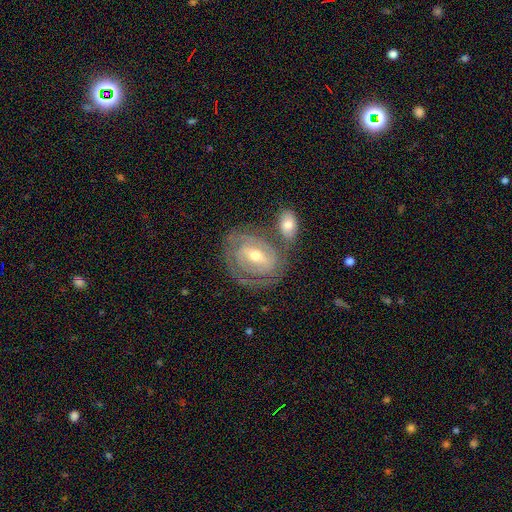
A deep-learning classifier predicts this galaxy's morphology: featured or disk 81%, smooth 13%, star or artifact 6%. Down the decision tree: edge-on disk — no (95%); bar — weak (44%); spiral arms — yes (88%); spiral arm count — 2 (50%); spiral winding — tight (73%); bulge size — moderate (61%); merging — none (64%).